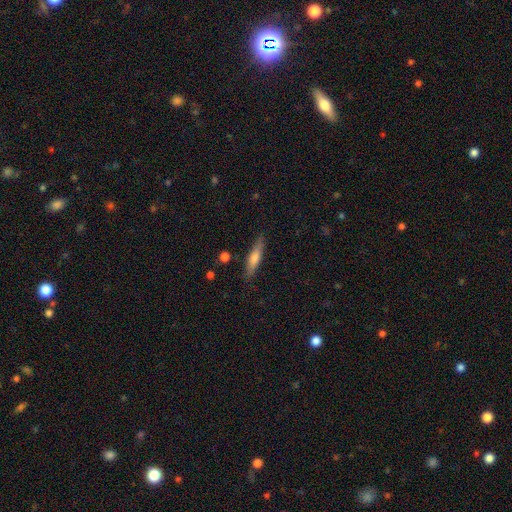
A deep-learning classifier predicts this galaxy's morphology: smooth-or-featured: smooth: 52% | featured or disk: 41% | star or artifact: 7%
  how-rounded: cigar-shaped: 84% | in between: 14% | round: 2%
  merging: none: 86% | minor disturbance: 10% | major disturbance: 2% | merger: 2%